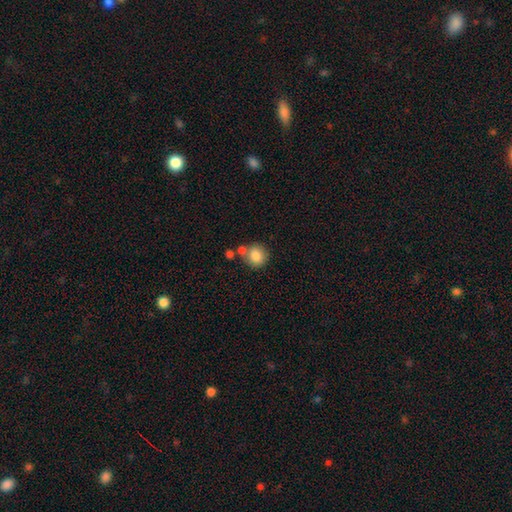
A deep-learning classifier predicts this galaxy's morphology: This appears to be a smooth galaxy with no disk features (84%) that is round (85%). Merging: none (66%).